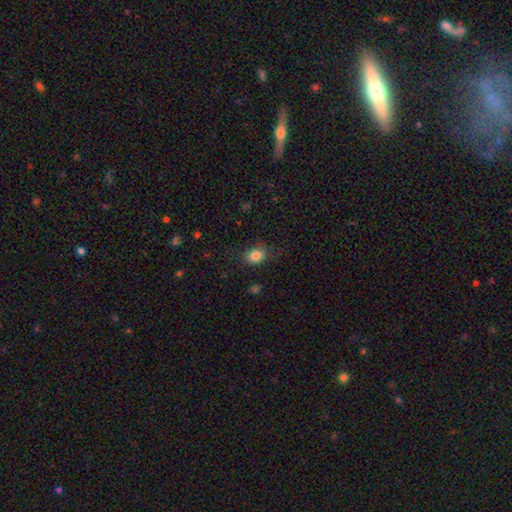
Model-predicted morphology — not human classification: Smooth or featured?
  - smooth: 84% *
  - star or artifact: 10%
  - featured or disk: 6%
How rounded?
  - in between: 57% *
  - round: 42%
  - cigar-shaped: 1%
Merging?
  - none: 76% *
  - minor disturbance: 17%
  - major disturbance: 5%
  - merger: 1%